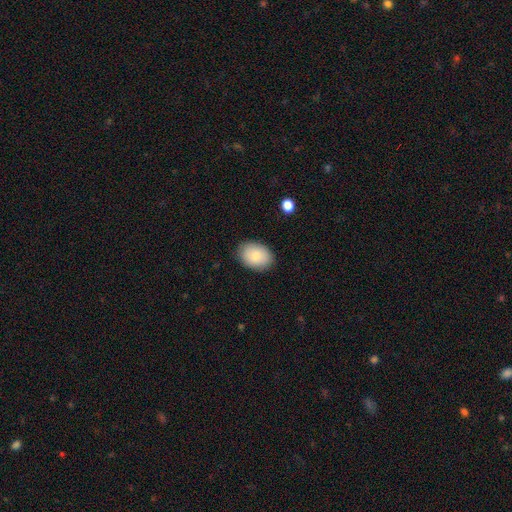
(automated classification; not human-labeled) This appears to be a smooth galaxy with no disk features (82%) that is in between round and cigar-shaped (80%). Merging: none (85%).